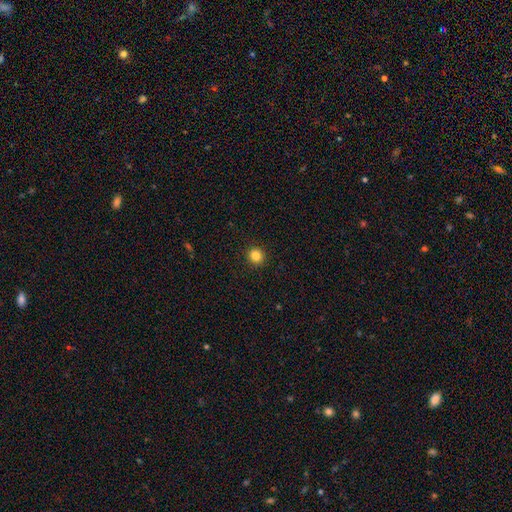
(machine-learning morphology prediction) Smooth or featured: smooth — 84% (star or artifact — 12%)
How rounded: round — 88% (in between — 11%)
Merging: none — 92% (minor disturbance — 5%)